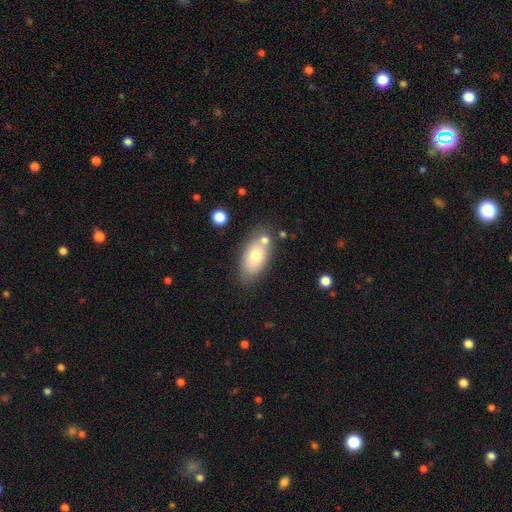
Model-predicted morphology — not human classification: Smooth or featured? Predicted: smooth (p=0.68). How rounded? Predicted: in between (p=0.89). Merging? Predicted: none (p=0.65).